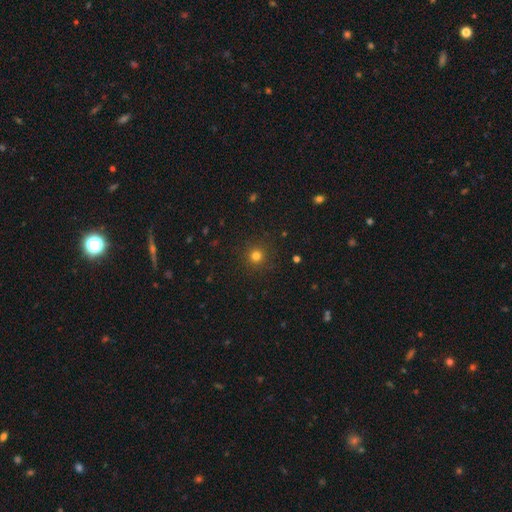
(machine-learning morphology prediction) smooth_or_featured: smooth (p=0.78) [alt: star or artifact p=0.16]
how_rounded: round (p=0.95) [alt: in between p=0.04]
merging: none (p=0.91) [alt: minor disturbance p=0.06]